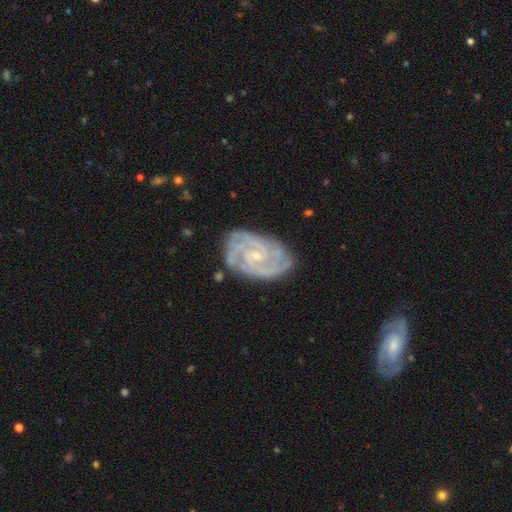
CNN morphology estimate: featured or disk 87%, smooth 7%, star or artifact 6%. Down the decision tree: edge-on disk — no (97%); bar — no (55%); spiral arms — yes (97%); spiral arm count — 3 (25%); spiral winding — tight (65%); bulge size — small (75%); merging — none (76%).